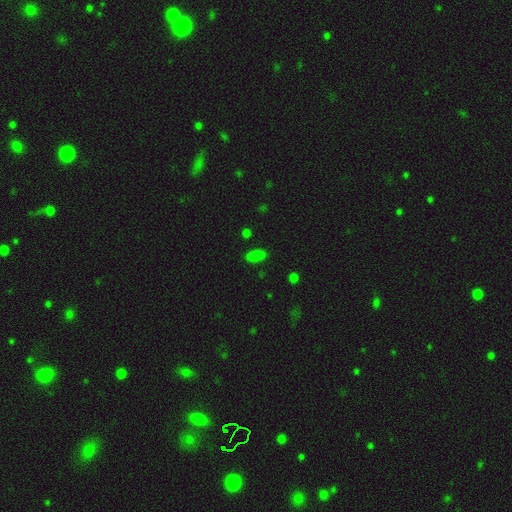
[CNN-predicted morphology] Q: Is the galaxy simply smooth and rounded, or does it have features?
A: smooth — 85%.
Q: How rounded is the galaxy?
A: in between — 73%.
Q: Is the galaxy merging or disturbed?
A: none — 87%.